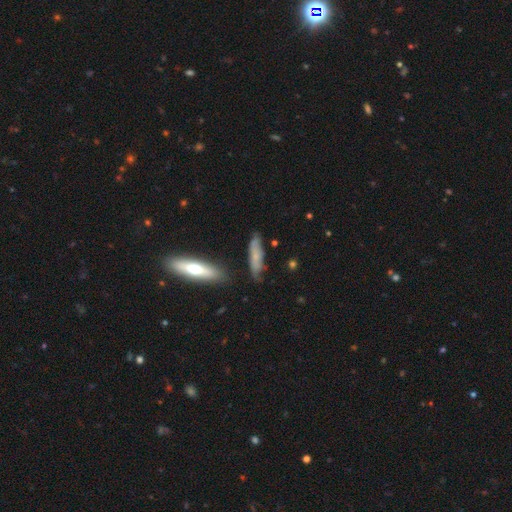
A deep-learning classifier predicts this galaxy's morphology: A smooth galaxy with no disk features (56%) that is cigar-shaped (69%). Merging: none (71%).